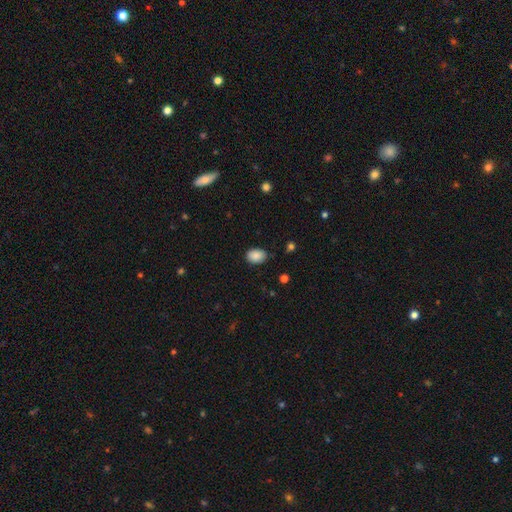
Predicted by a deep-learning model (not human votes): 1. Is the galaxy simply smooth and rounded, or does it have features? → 88% smooth, 8% star or artifact, 4% featured or disk.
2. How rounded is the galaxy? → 78% in between, 21% round, 1% cigar-shaped.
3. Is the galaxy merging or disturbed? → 80% none, 16% minor disturbance, 3% major disturbance, 1% merger.